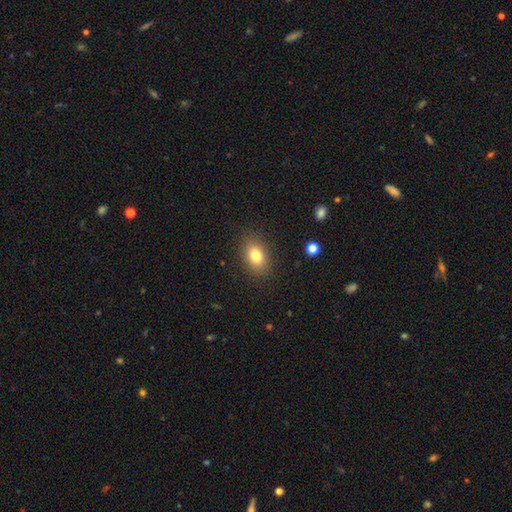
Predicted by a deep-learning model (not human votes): This is clearly a smooth galaxy (80%). How rounded: likely in between (79%). Merging: clearly none (86%).